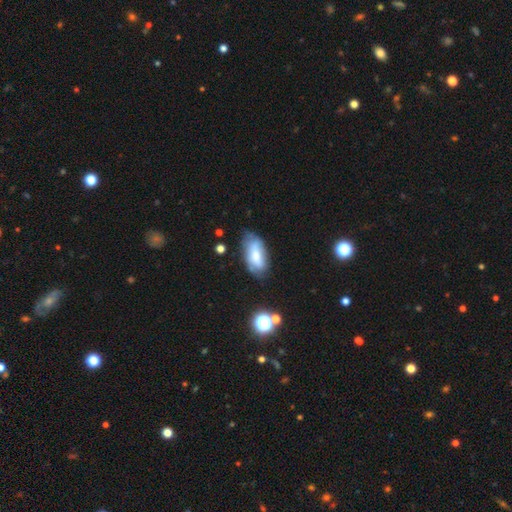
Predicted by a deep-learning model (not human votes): smooth 63%, featured or disk 29%, star or artifact 8%. Down the decision tree: how rounded — in between (90%); merging — none (62%).